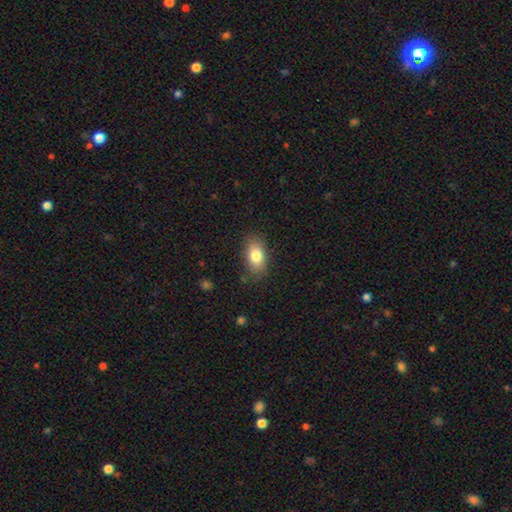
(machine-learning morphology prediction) A smooth galaxy with no disk features (81%) that is in between round and cigar-shaped (88%).

Vote fractions:
- Smooth or featured? smooth: 81% / featured or disk: 11% / star or artifact: 8%
- How rounded? in between: 88% / round: 9% / cigar-shaped: 3%
- Merging? none: 80% / minor disturbance: 15% / major disturbance: 4% / merger: 1%